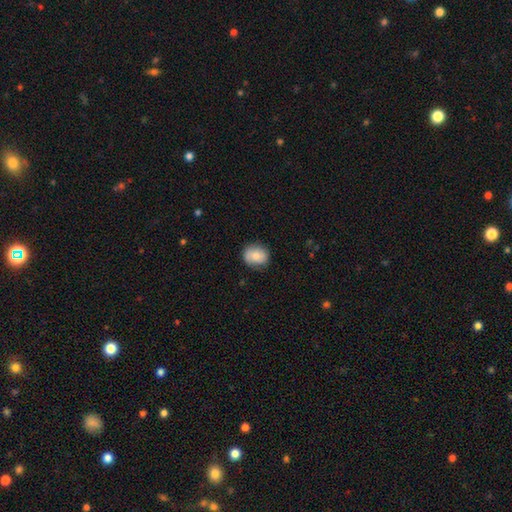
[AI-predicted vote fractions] Smooth or featured?
  - smooth: 75% *
  - featured or disk: 18%
  - star or artifact: 8%
How rounded?
  - round: 66% *
  - in between: 33%
  - cigar-shaped: 1%
Merging?
  - none: 81% *
  - minor disturbance: 15%
  - major disturbance: 3%
  - merger: 1%